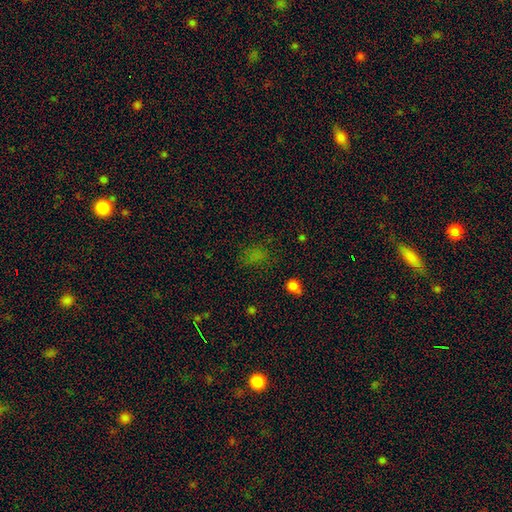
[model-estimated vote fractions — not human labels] A smooth galaxy with no disk features (59%) that is in between round and cigar-shaped (64%).

Vote fractions:
- Smooth or featured? smooth: 59% / star or artifact: 32% / featured or disk: 9%
- How rounded? in between: 64% / round: 32% / cigar-shaped: 4%
- Merging? none: 61% / minor disturbance: 22% / major disturbance: 13% / merger: 4%